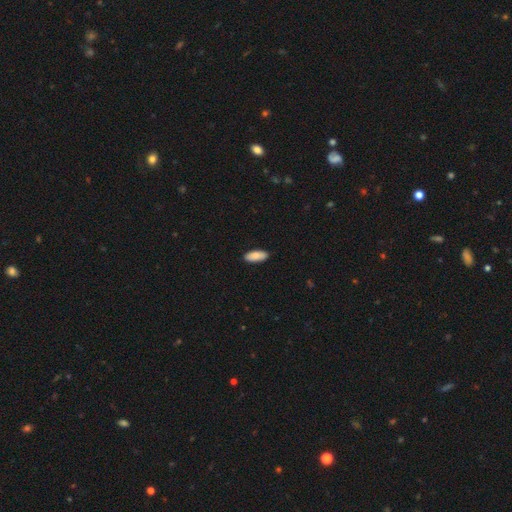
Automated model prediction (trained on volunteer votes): The model was most divided on "how rounded": in between: 86%, cigar-shaped: 12%, round: 2%. More confident: merging — none (89%); smooth or featured — smooth (87%).